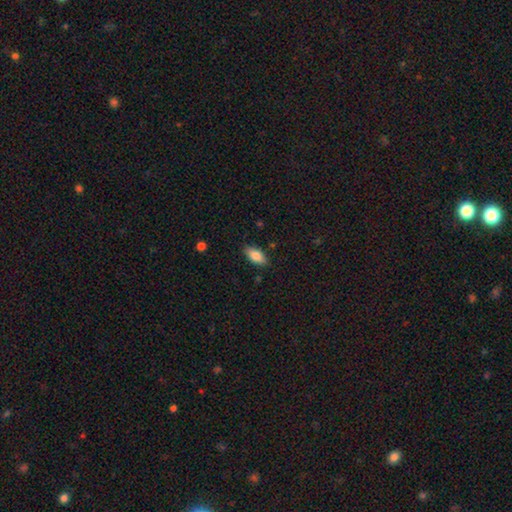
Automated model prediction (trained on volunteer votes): A smooth galaxy with no disk features (83%) that is in between round and cigar-shaped (90%). Merging: none (85%).